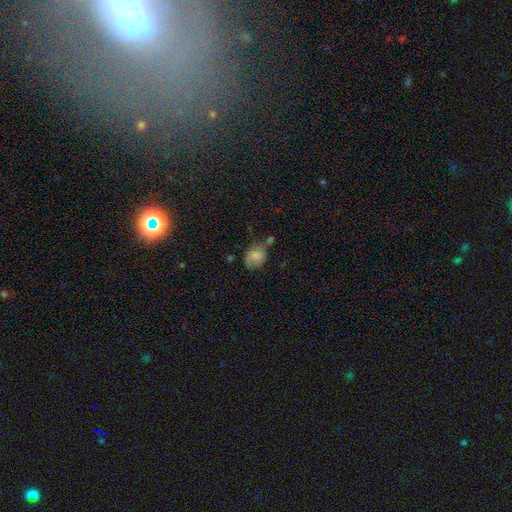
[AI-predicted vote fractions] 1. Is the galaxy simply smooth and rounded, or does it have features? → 73% smooth, 18% featured or disk, 9% star or artifact.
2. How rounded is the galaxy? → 53% in between, 45% round, 1% cigar-shaped.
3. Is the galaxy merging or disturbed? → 45% none, 29% minor disturbance, 15% merger, 12% major disturbance.